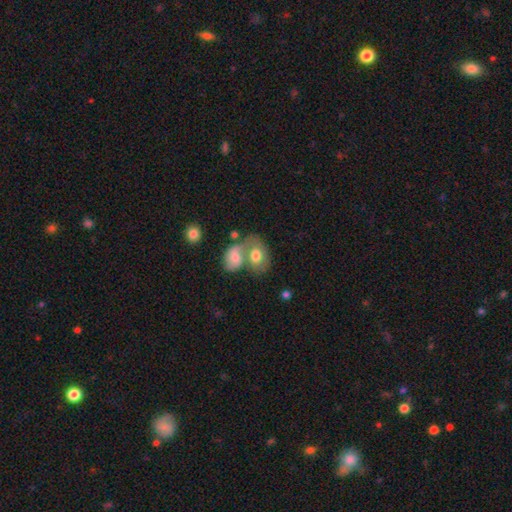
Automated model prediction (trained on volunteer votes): Morphology: type=smooth (62%); roundness=in between (78%); merging=merger (63%).